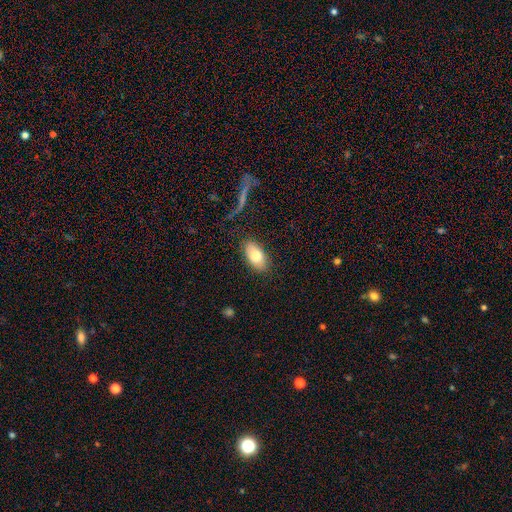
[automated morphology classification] Smooth or featured? Predicted: smooth (p=0.79). How rounded? Predicted: in between (p=0.92). Merging? Predicted: none (p=0.84).